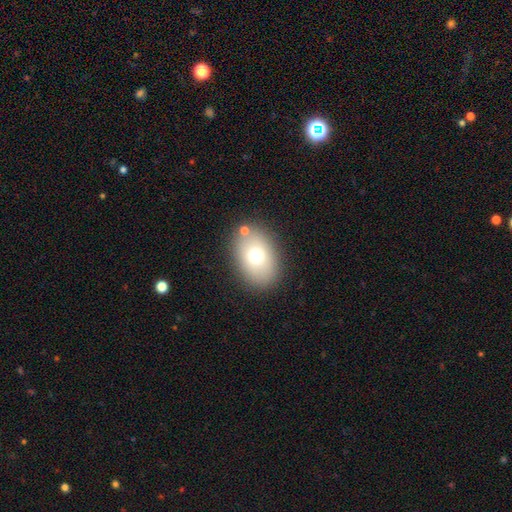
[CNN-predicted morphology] The model was most divided on "smooth or featured": smooth: 71%, featured or disk: 18%, star or artifact: 11%. More confident: merging — none (82%); how rounded — in between (77%).